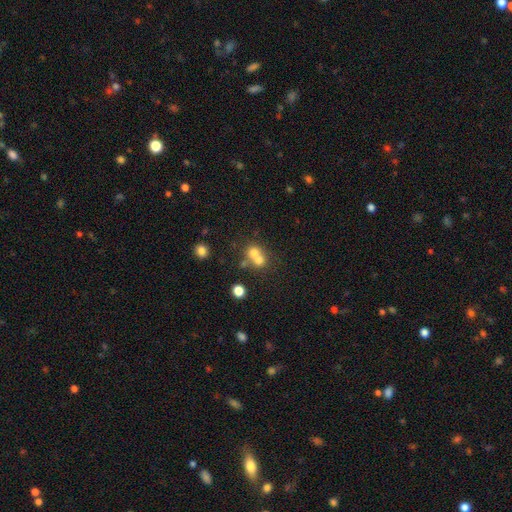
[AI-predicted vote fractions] Smooth or featured: smooth — 67% (featured or disk — 19%)
How rounded: round — 77% (in between — 22%)
Merging: merger — 61% (none — 30%)